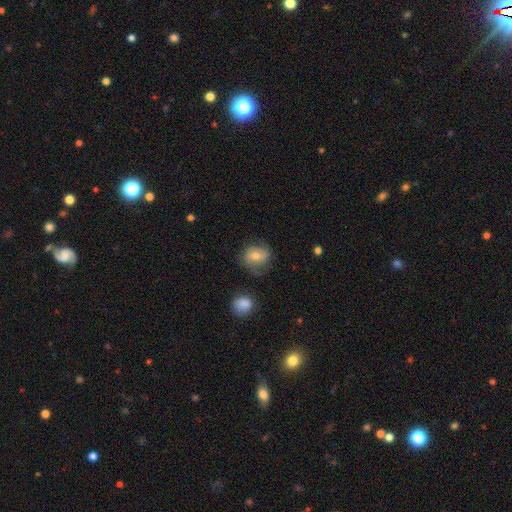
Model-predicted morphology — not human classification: Smooth or featured: smooth — 64% (featured or disk — 27%)
How rounded: round — 64% (in between — 35%)
Merging: none — 63% (minor disturbance — 24%)